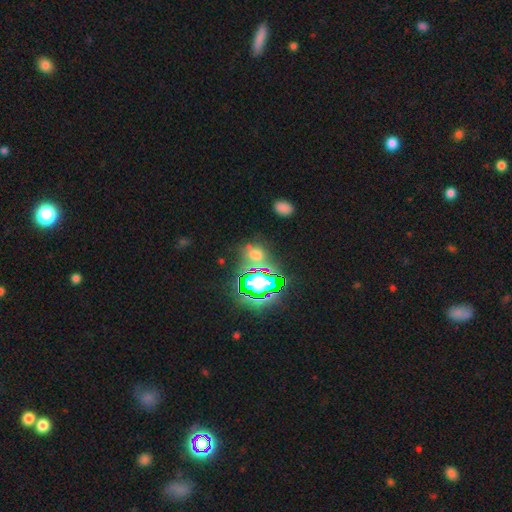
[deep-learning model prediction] smooth-or-featured: star or artifact: 54% | smooth: 34% | featured or disk: 12%